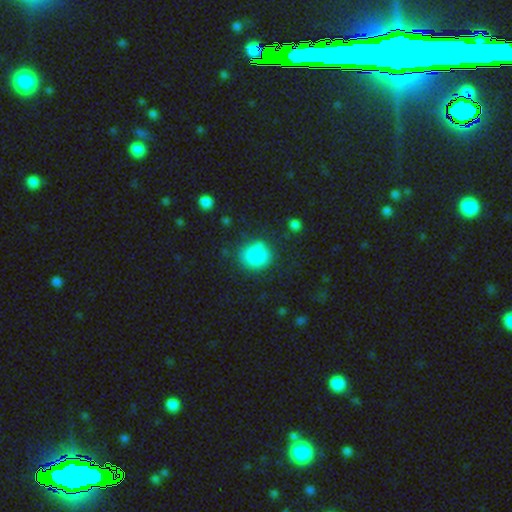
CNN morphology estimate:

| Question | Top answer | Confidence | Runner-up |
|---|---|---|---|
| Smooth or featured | smooth | 85% | star or artifact (10%) |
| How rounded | round | 80% | in between (19%) |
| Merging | none | 80% | minor disturbance (12%) |